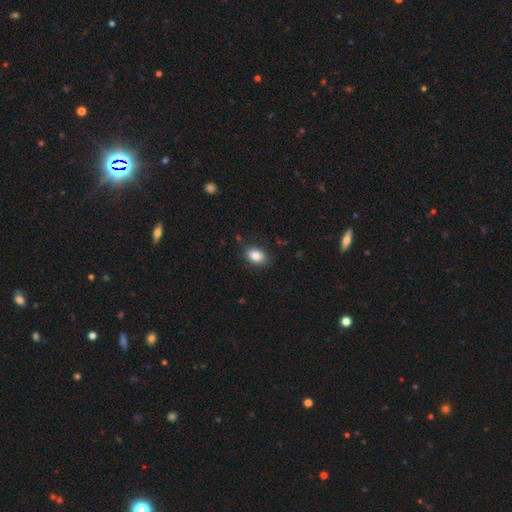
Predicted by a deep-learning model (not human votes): Morphology: type=smooth (84%); roundness=in between (78%); merging=none (82%).